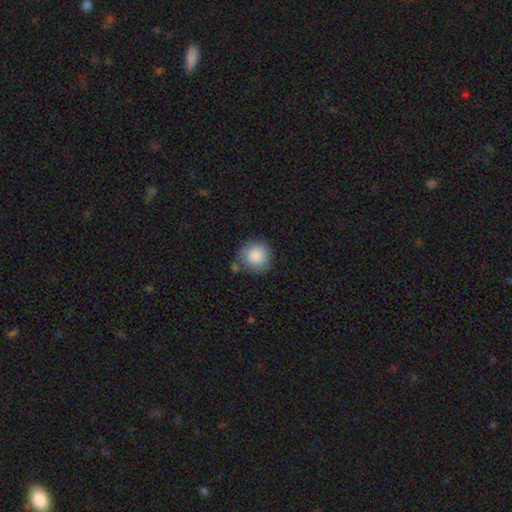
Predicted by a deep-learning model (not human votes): Smooth or featured? Predicted: smooth (p=0.88). How rounded? Predicted: round (p=0.92). Merging? Predicted: none (p=0.74).